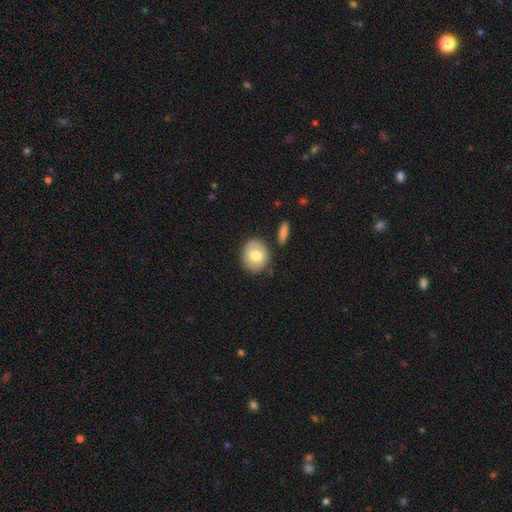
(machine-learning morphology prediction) Smooth or featured: smooth — 67% (featured or disk — 27%)
How rounded: round — 67% (in between — 31%)
Merging: none — 80% (minor disturbance — 12%)